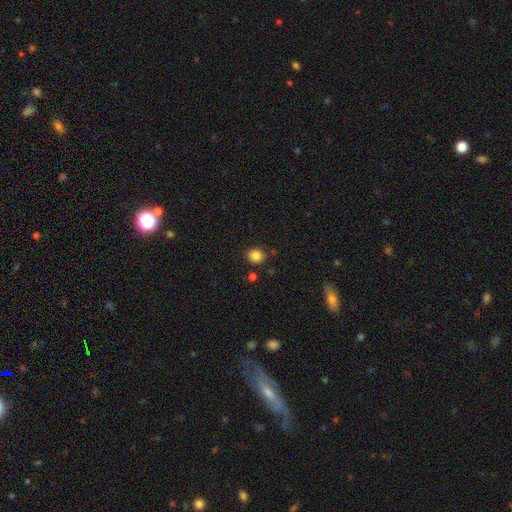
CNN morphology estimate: Smooth or featured?
  - smooth: 85% *
  - star or artifact: 11%
  - featured or disk: 4%
How rounded?
  - round: 69% *
  - in between: 30%
  - cigar-shaped: 1%
Merging?
  - none: 84% *
  - minor disturbance: 9%
  - merger: 4%
  - major disturbance: 3%